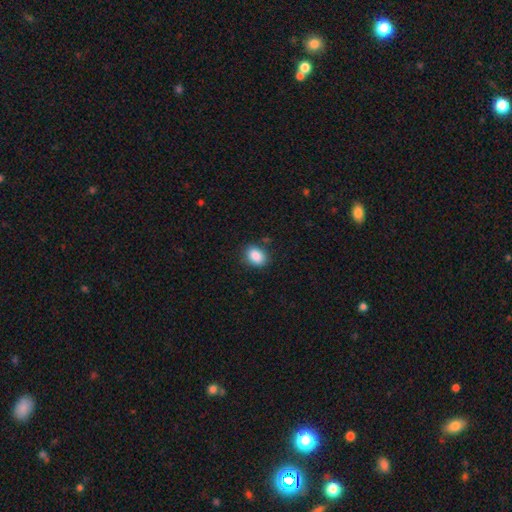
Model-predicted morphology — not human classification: Overall: smooth (87%). How rounded: in between (70%). Merging: none (82%).